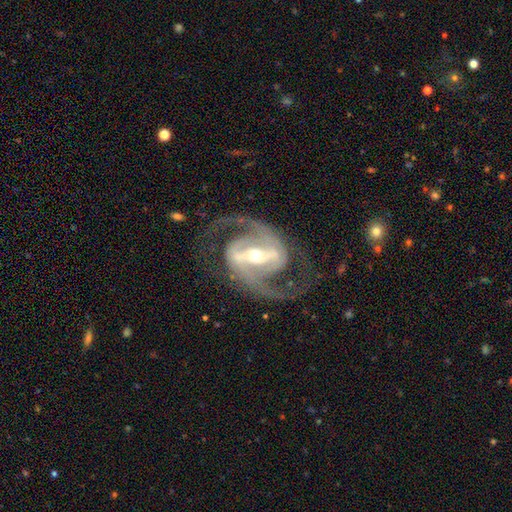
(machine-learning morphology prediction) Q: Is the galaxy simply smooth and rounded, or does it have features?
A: featured or disk — 93%.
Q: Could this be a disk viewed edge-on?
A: no — 97%.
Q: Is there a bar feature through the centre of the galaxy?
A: strong — 68%.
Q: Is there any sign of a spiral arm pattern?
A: yes — 97%.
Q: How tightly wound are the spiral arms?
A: medium — 63%.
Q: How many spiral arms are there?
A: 2 — 94%.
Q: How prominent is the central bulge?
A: moderate — 56%.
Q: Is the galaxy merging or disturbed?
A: none — 78%.